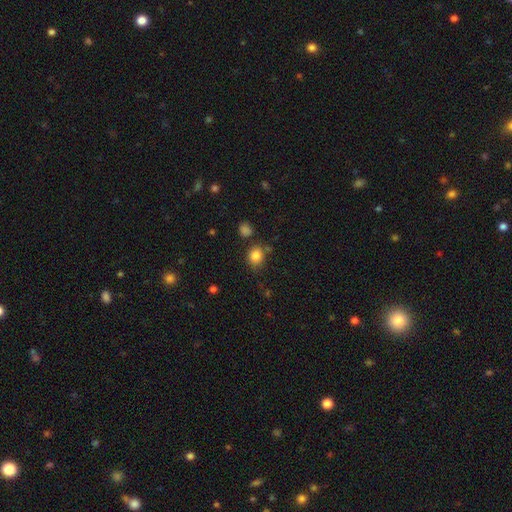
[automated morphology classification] A smooth galaxy with no disk features (83%) that is round (70%).

Vote fractions:
- Smooth or featured? smooth: 83% / star or artifact: 11% / featured or disk: 5%
- How rounded? round: 70% / in between: 29% / cigar-shaped: 1%
- Merging? none: 75% / minor disturbance: 14% / merger: 6% / major disturbance: 4%